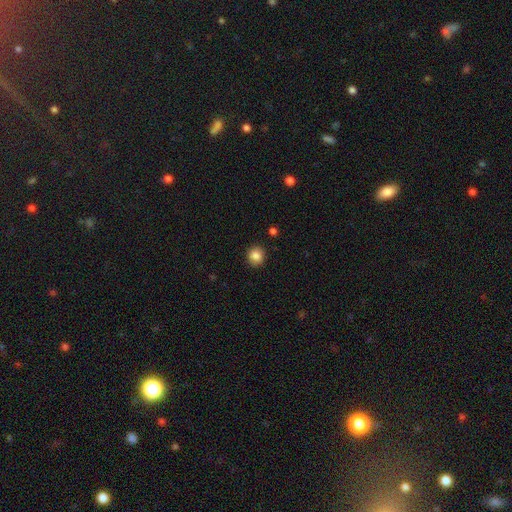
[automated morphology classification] A smooth galaxy with no disk features (86%) that is round (86%). Merging: none (91%).